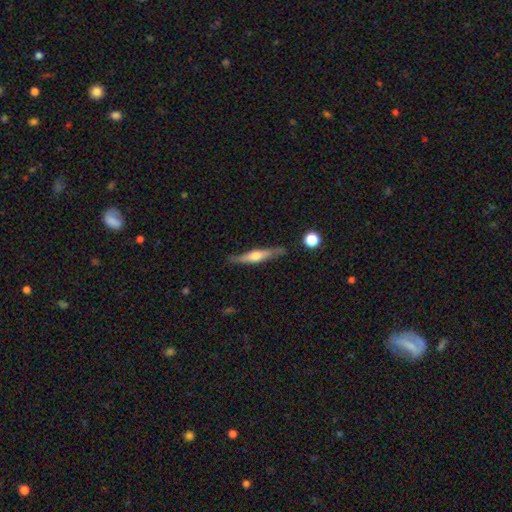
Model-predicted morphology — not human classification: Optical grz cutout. It shows a featured or disk galaxy (59%) viewed edge-on (94%) with a rounded central bulge (84%). Merging: none (80%).